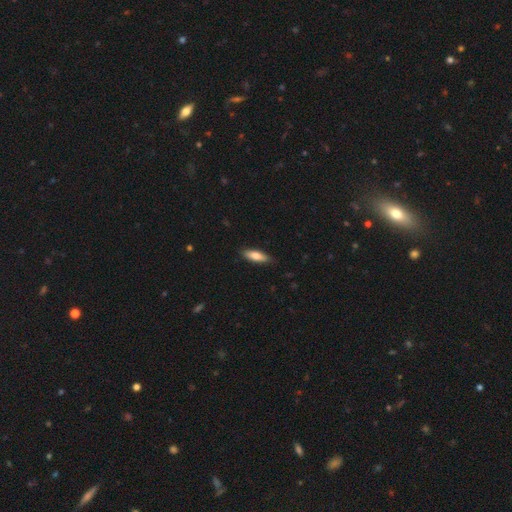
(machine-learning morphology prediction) Smooth or featured?
  - smooth: 75% *
  - featured or disk: 19%
  - star or artifact: 6%
How rounded?
  - in between: 53% *
  - cigar-shaped: 45%
  - round: 2%
Merging?
  - none: 85% *
  - minor disturbance: 12%
  - major disturbance: 2%
  - merger: 1%